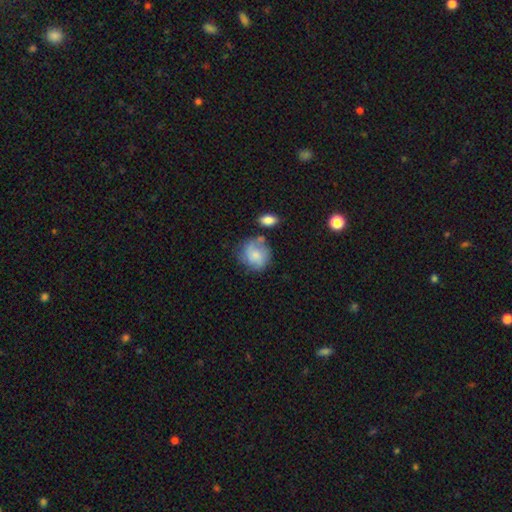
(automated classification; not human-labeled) Smooth or featured?
  - smooth: 65% *
  - featured or disk: 27%
  - star or artifact: 8%
How rounded?
  - round: 73% *
  - in between: 26%
  - cigar-shaped: 1%
Merging?
  - none: 56% *
  - minor disturbance: 24%
  - merger: 11%
  - major disturbance: 9%